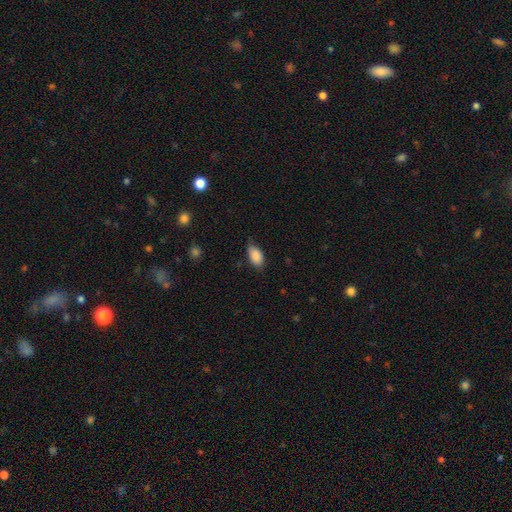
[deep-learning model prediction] This is clearly a smooth galaxy (88%). How rounded: clearly in between (93%). Merging: likely none (71%).